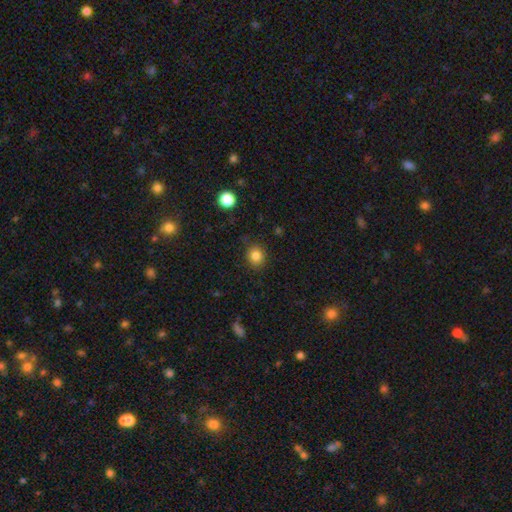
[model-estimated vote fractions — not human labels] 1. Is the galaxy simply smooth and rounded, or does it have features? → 83% smooth, 11% star or artifact, 5% featured or disk.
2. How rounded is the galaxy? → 74% round, 25% in between, 1% cigar-shaped.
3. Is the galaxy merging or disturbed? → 84% none, 11% minor disturbance, 3% major disturbance, 1% merger.